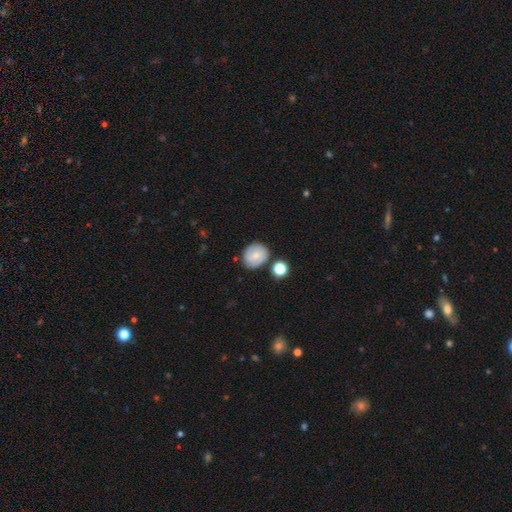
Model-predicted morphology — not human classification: A smooth galaxy with no disk features (62%) that is round (73%). Merging: none (74%).